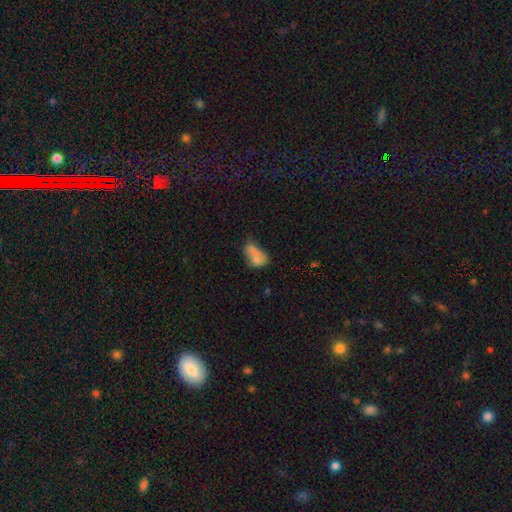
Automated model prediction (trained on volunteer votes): Overall: smooth (68%). How rounded: in between (83%). Merging: merger (29%; none 27%).